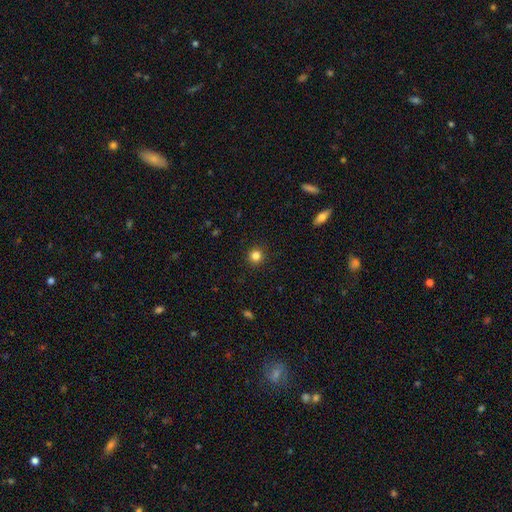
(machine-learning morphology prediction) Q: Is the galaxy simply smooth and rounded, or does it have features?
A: smooth — 83%.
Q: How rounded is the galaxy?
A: round — 94%.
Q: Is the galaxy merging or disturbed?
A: none — 92%.